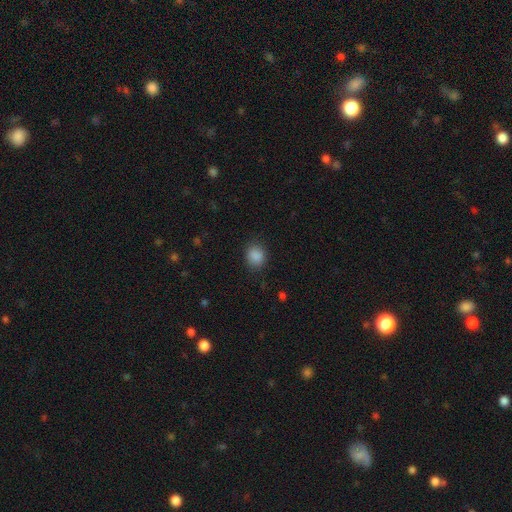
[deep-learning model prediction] Smooth or featured?
  - smooth: 87% *
  - star or artifact: 10%
  - featured or disk: 3%
How rounded?
  - round: 66% *
  - in between: 33%
  - cigar-shaped: 1%
Merging?
  - none: 85% *
  - minor disturbance: 11%
  - major disturbance: 3%
  - merger: 1%